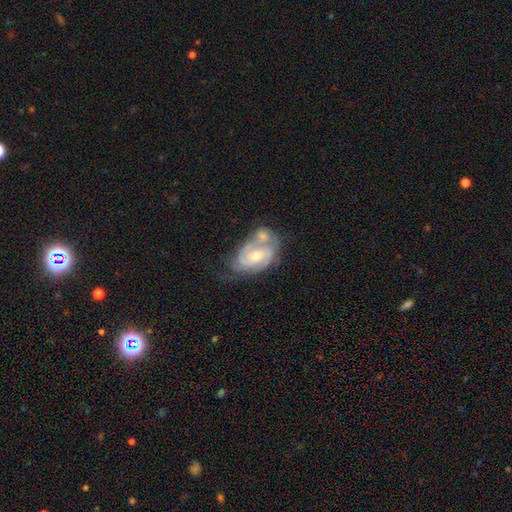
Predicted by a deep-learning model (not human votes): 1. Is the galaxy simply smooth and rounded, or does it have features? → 77% featured or disk, 17% smooth, 6% star or artifact.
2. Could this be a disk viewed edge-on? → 96% no, 4% yes.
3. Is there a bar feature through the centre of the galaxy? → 50% no, 40% weak, 10% strong.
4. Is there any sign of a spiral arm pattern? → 89% yes, 11% no.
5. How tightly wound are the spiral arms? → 52% tight, 37% medium, 11% loose.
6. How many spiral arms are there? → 52% 2, 27% can't tell, 12% 3, 5% 1, 3% 4, 2% more than 4.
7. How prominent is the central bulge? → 53% moderate, 41% small, 3% large, 2% none, 1% dominant.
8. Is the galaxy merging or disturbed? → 36% merger, 34% none, 19% minor disturbance, 11% major disturbance.